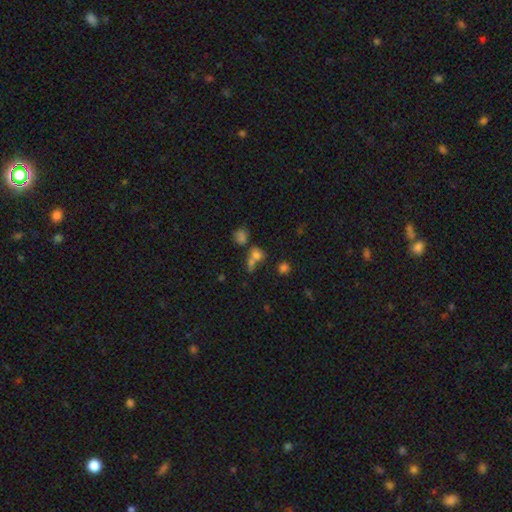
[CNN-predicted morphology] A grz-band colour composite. It shows a smooth galaxy with no disk features (66%) that is round (64%). Merging: merger (43%).